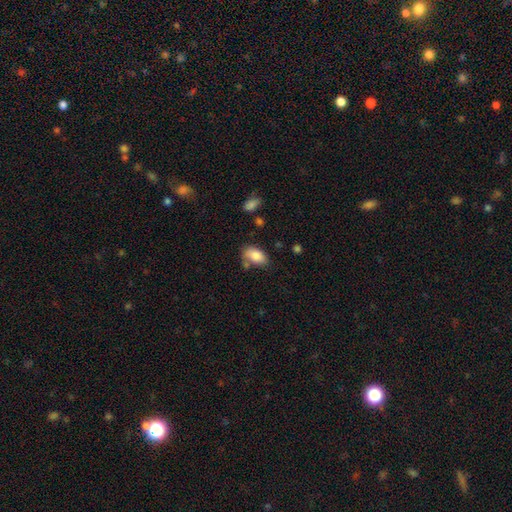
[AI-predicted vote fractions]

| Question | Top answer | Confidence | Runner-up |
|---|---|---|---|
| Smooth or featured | smooth | 84% | featured or disk (9%) |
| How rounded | in between | 92% | round (6%) |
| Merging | none | 62% | minor disturbance (22%) |